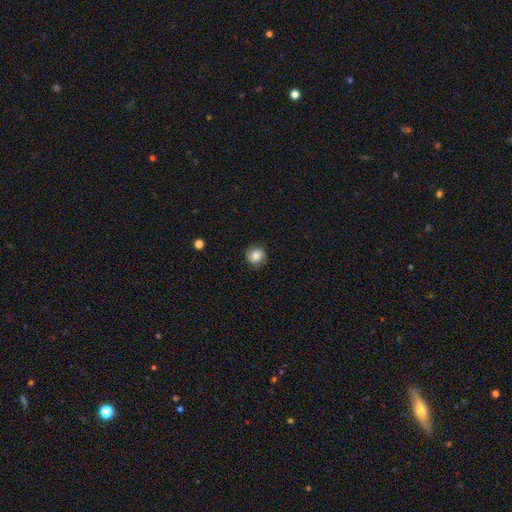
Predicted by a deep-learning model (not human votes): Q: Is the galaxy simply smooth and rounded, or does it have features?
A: smooth — 79%.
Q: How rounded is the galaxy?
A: round — 91%.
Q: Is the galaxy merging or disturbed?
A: none — 86%.